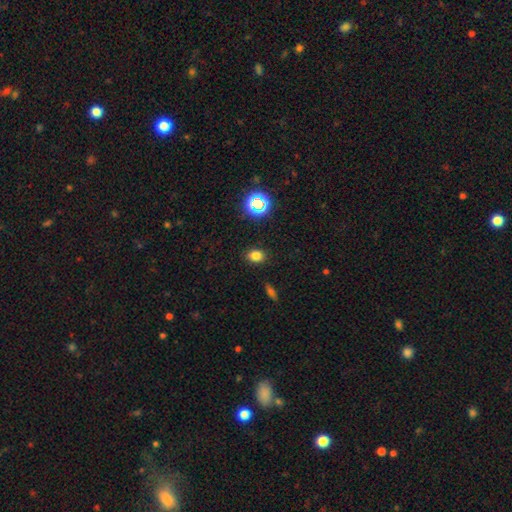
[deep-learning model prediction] A smooth galaxy with no disk features (78%) that is in between round and cigar-shaped (52%). Merging: none (88%).